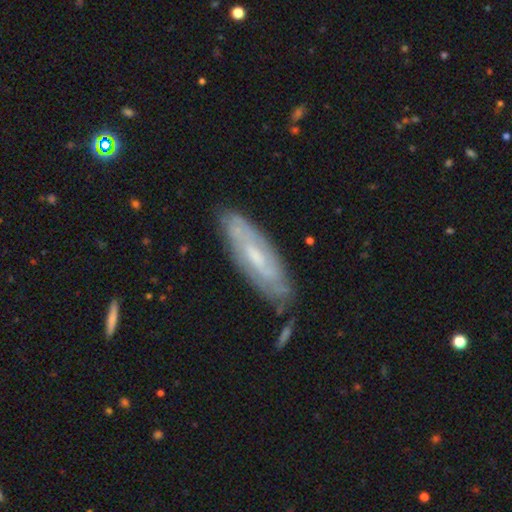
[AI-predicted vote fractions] Morphology: type=featured or disk (67%); edge-on=no (75%); bar=weak (47%); spiral arms=yes (80%); bulge=small (46%); merging=none (76%).